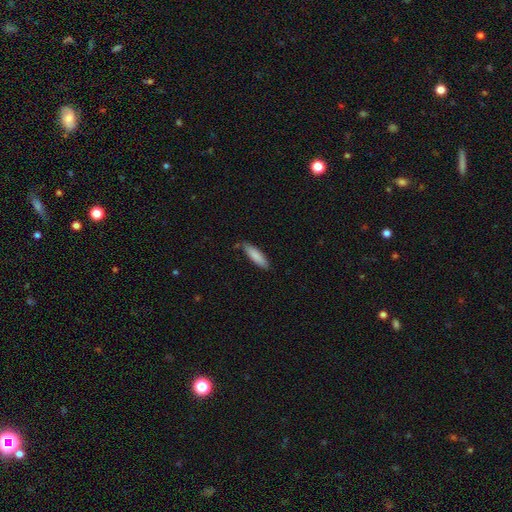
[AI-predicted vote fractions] Morphology: type=smooth (86%); roundness=cigar-shaped (63%); merging=none (78%).